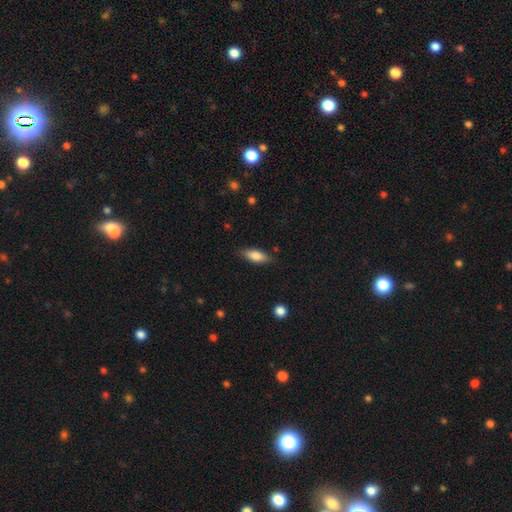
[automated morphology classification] Smooth or featured: smooth — 80% (featured or disk — 14%)
How rounded: in between — 73% (cigar-shaped — 25%)
Merging: none — 82% (minor disturbance — 13%)